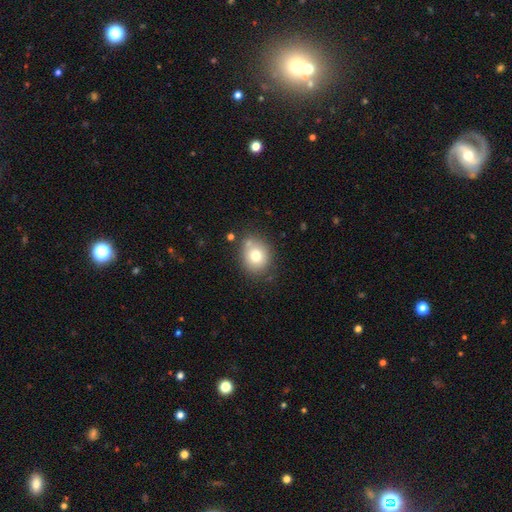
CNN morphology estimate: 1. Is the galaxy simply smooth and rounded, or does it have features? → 75% smooth, 14% featured or disk, 11% star or artifact.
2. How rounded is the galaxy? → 67% round, 32% in between, 1% cigar-shaped.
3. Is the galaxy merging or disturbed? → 70% none, 15% minor disturbance, 11% merger, 4% major disturbance.